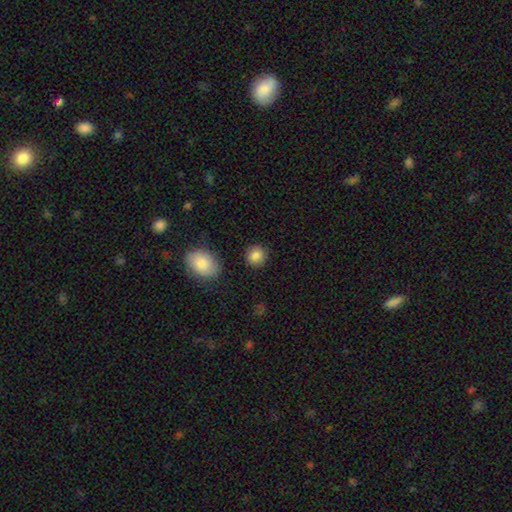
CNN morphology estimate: Smooth or featured? smooth (86%)
How rounded? round (86%)
Merging? none (88%)